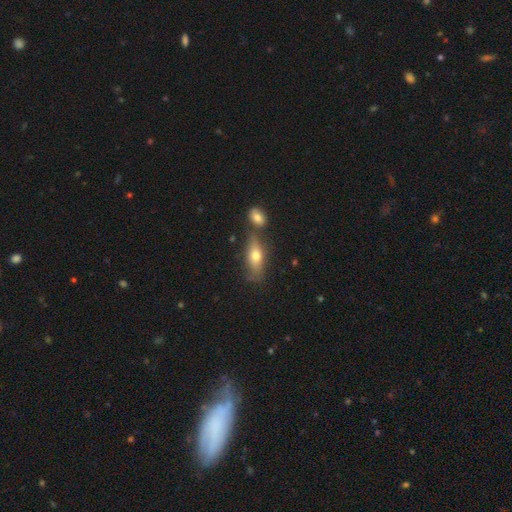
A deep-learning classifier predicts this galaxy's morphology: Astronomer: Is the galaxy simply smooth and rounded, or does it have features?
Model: smooth — 65%.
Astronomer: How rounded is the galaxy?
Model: in between — 68%.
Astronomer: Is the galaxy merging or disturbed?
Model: none — 60%.